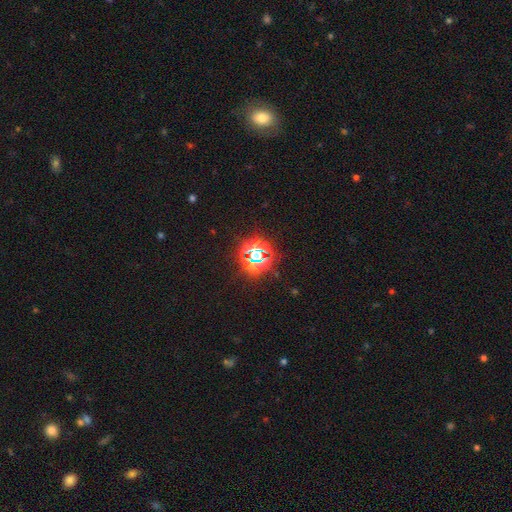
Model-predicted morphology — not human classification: Smooth or featured?
  - star or artifact: 74% *
  - smooth: 16%
  - featured or disk: 9%